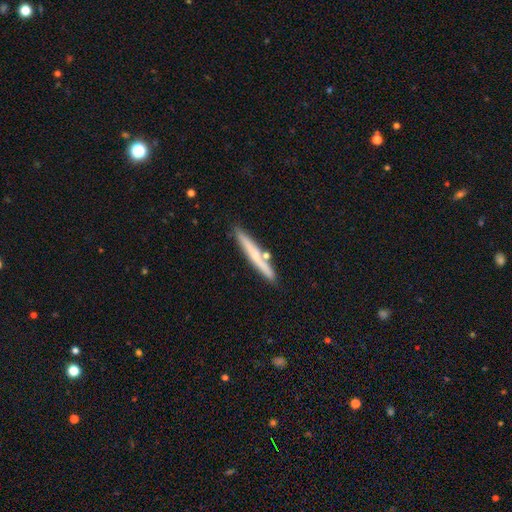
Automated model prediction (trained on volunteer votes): Morphology: type=smooth (51%); roundness=cigar-shaped (95%); merging=none (81%).